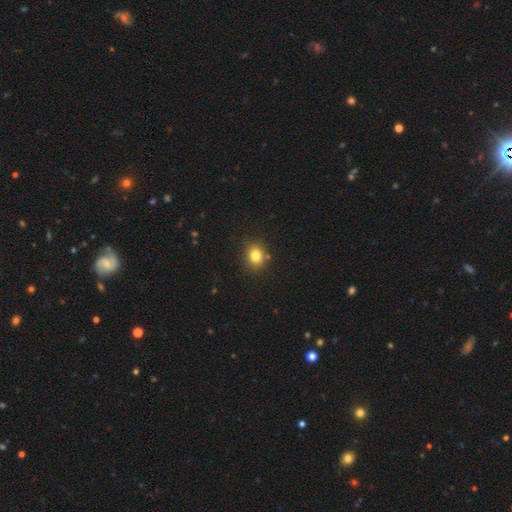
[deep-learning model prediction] A smooth galaxy with no disk features (82%) that is round (61%). Merging: none (85%).